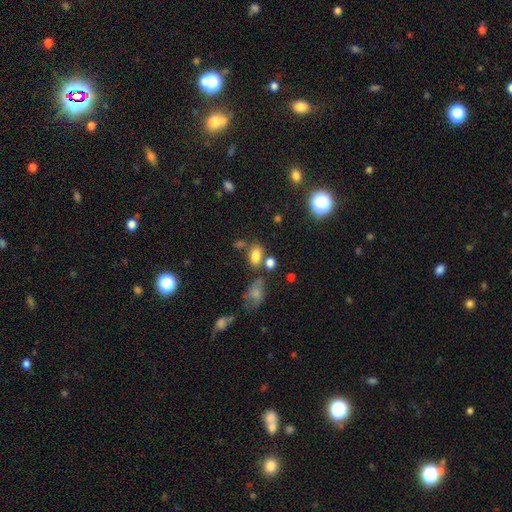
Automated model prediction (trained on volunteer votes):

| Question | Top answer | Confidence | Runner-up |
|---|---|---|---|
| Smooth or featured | smooth | 79% | star or artifact (13%) |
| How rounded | in between | 86% | round (10%) |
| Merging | none | 63% | merger (17%) |